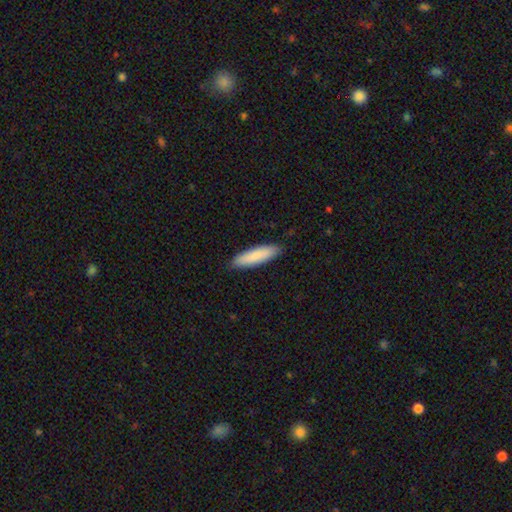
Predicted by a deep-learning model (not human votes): smooth-or-featured: smooth: 85% | featured or disk: 10% | star or artifact: 5%
  how-rounded: cigar-shaped: 70% | in between: 29% | round: 1%
  merging: none: 89% | minor disturbance: 9% | major disturbance: 2% | merger: 1%